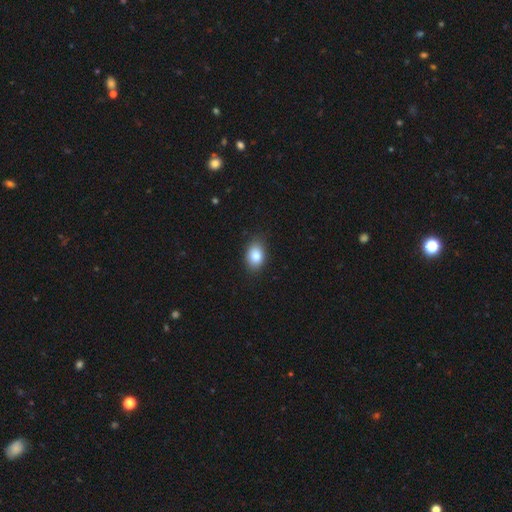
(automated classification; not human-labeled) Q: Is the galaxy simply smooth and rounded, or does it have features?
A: smooth — 85%.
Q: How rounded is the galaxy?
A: in between — 80%.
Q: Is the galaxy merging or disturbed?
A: none — 83%.